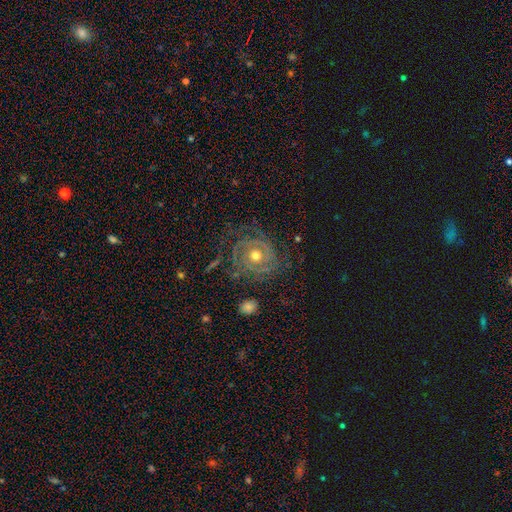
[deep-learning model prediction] The model was most divided on "spiral arm count": 2: 31%, can't tell: 29%, 3: 20%, 4: 7%, 1: 7%, more than 4: 6%. More confident: edge-on disk — no (97%); spiral arms — yes (91%); smooth or featured — featured or disk (82%); bar — no (82%); spiral winding — tight (73%); bulge size — moderate (73%); merging — none (68%).